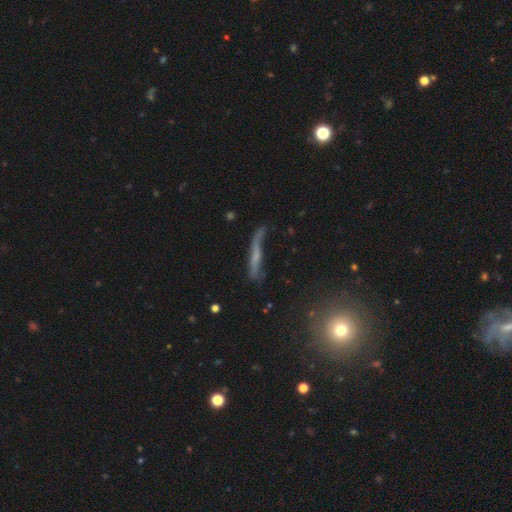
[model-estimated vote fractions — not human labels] Q: Smooth or featured?
A: featured or disk (48%); runner-up: smooth (38%)
Q: Merging?
A: none (48%); runner-up: minor disturbance (25%)